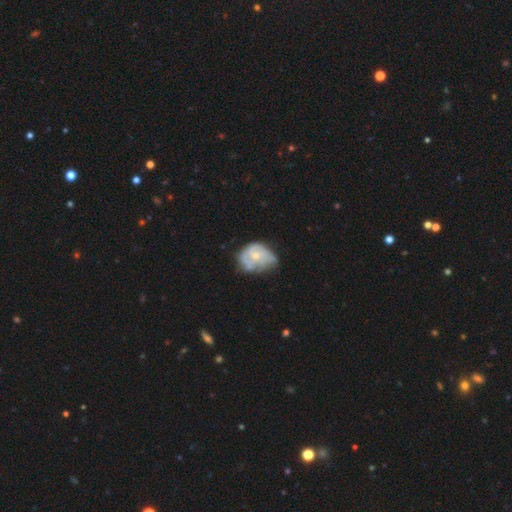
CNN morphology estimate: smooth_or_featured: featured or disk (p=0.59) [alt: smooth p=0.34]
disk_edge_on: no (p=0.98) [alt: yes p=0.02]
bar: no (p=0.84) [alt: weak p=0.14]
has_spiral_arms: no (p=0.53) [alt: yes p=0.47]
bulge_size: small (p=0.52) [alt: moderate p=0.41]
merging: minor disturbance (p=0.38) [alt: none p=0.34]